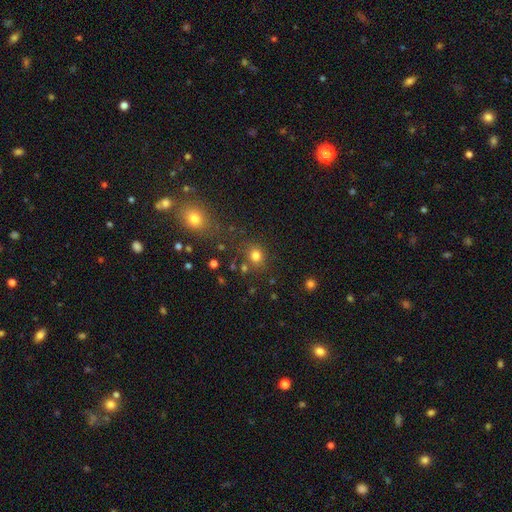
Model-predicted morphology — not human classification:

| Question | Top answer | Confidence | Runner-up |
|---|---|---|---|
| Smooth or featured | smooth | 77% | star or artifact (16%) |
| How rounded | round | 77% | in between (22%) |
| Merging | none | 72% | minor disturbance (12%) |